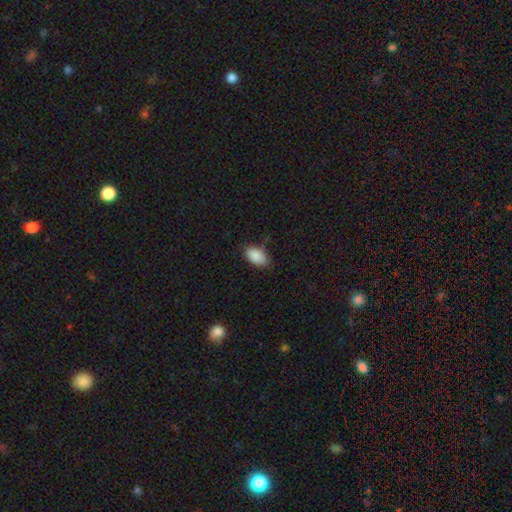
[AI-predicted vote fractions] Smooth or featured? smooth (89%)
How rounded? in between (93%)
Merging? none (76%)